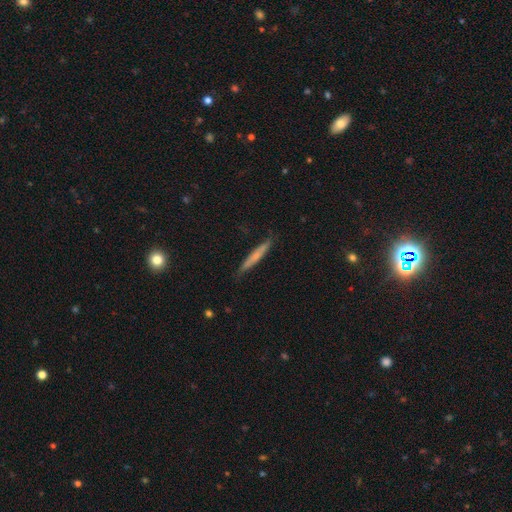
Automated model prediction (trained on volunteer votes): The model was most divided on "smooth or featured": smooth: 52%, featured or disk: 42%, star or artifact: 6%. More confident: how rounded — cigar-shaped (95%); merging — none (84%).